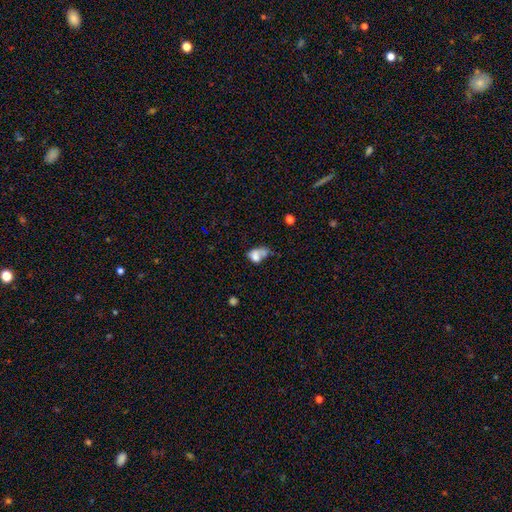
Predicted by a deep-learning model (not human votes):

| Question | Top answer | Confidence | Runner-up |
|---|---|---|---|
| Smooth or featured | smooth | 65% | featured or disk (22%) |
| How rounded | in between | 77% | round (21%) |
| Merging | merger | 35% | major disturbance (26%) |